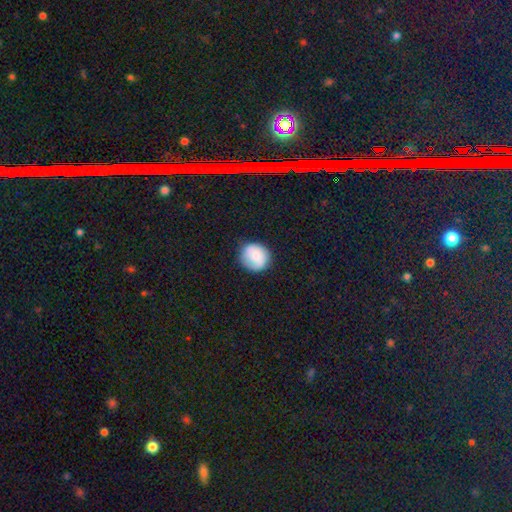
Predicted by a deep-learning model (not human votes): The model was most divided on "smooth or featured": smooth: 68%, featured or disk: 25%, star or artifact: 7%. More confident: how rounded — round (90%); merging — none (78%).